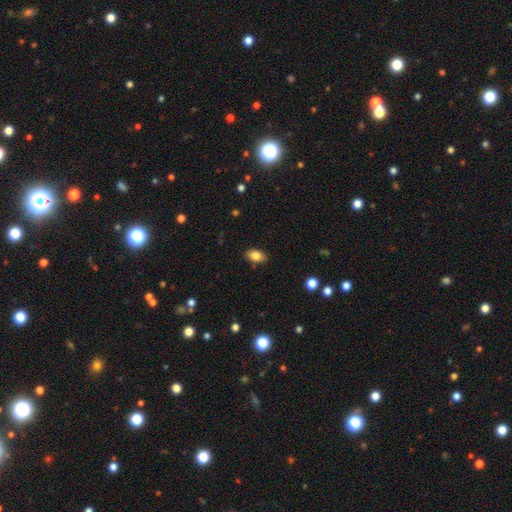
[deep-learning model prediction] smooth 84%, star or artifact 8%, featured or disk 8%. Down the decision tree: how rounded — in between (89%); merging — none (86%).